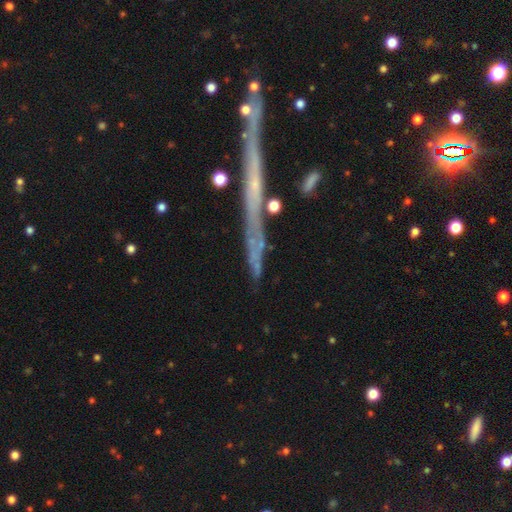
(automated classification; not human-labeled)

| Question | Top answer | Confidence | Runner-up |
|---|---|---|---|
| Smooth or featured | featured or disk | 53% | smooth (34%) |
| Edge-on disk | yes | 82% | no (18%) |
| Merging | none | 74% | minor disturbance (15%) |